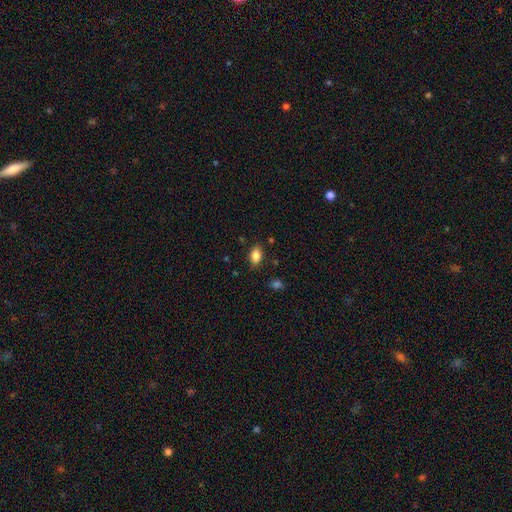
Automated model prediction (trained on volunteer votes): A smooth galaxy with no disk features (85%) that is in between round and cigar-shaped (90%).

Vote fractions:
- Smooth or featured? smooth: 85% / star or artifact: 8% / featured or disk: 6%
- How rounded? in between: 90% / round: 8% / cigar-shaped: 3%
- Merging? none: 84% / minor disturbance: 11% / major disturbance: 3% / merger: 2%